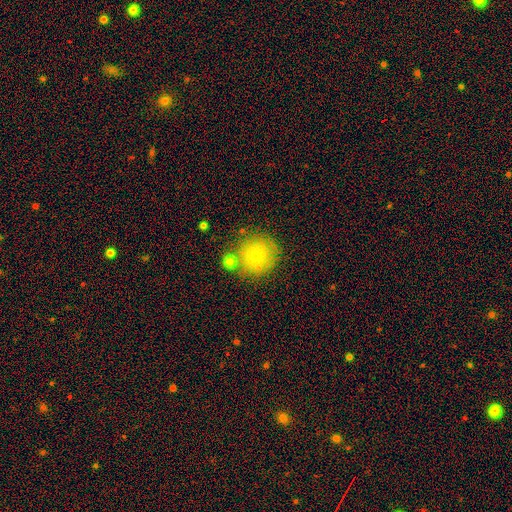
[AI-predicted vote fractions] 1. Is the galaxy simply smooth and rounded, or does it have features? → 78% smooth, 12% featured or disk, 10% star or artifact.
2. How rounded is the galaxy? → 94% round, 5% in between, 1% cigar-shaped.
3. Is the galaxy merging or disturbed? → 74% none, 12% minor disturbance, 10% merger, 4% major disturbance.